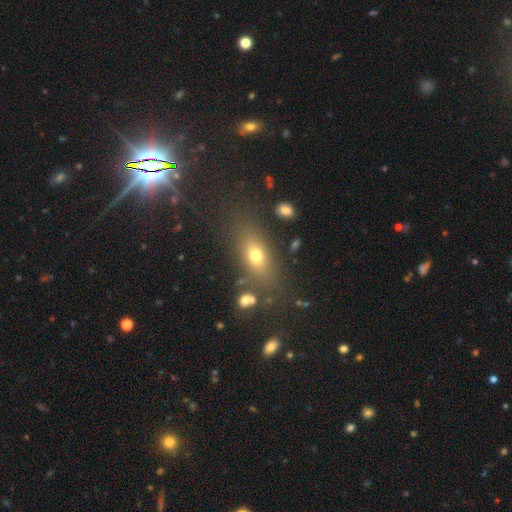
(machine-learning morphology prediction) Overall: smooth (68%). How rounded: in between (71%). Merging: none (75%).